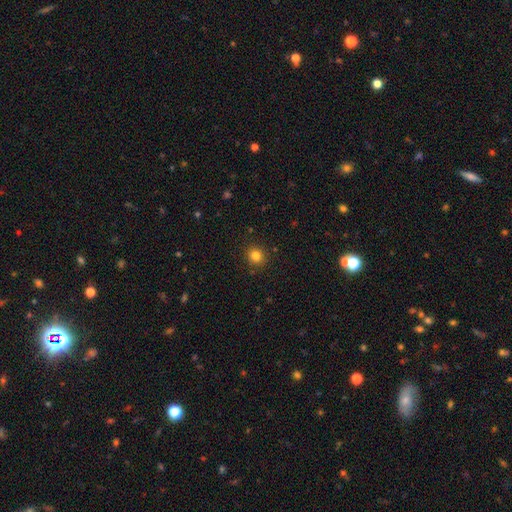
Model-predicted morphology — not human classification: A smooth galaxy with no disk features (82%) that is round (90%). Merging: none (90%).